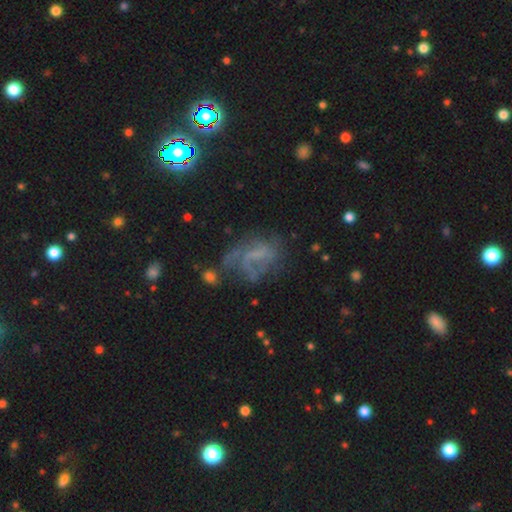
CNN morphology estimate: A featured or disk galaxy (51%).

Vote fractions:
- Smooth or featured? featured or disk: 51% / star or artifact: 27% / smooth: 23%
- Edge-on disk? no: 96% / yes: 4%
- Merging? none: 38% / major disturbance: 34% / minor disturbance: 22% / merger: 6%